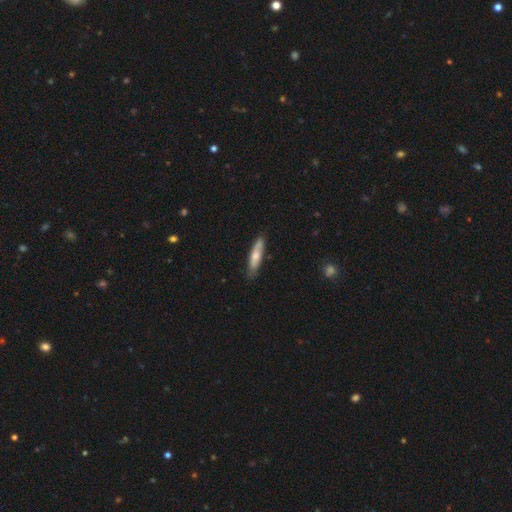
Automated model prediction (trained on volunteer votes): Q: Smooth or featured?
A: smooth (66%); runner-up: featured or disk (28%)
Q: How rounded?
A: cigar-shaped (79%); runner-up: in between (19%)
Q: Merging?
A: none (76%); runner-up: minor disturbance (19%)